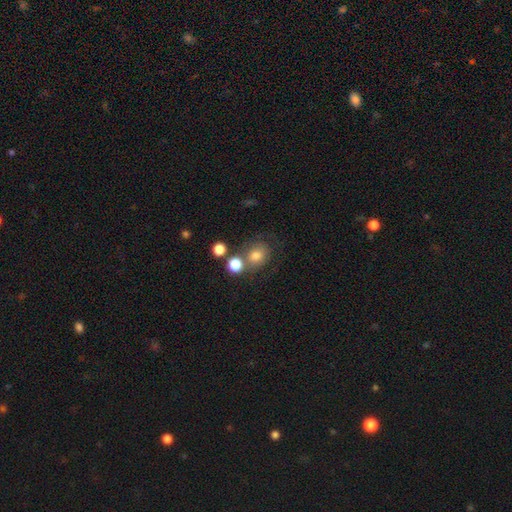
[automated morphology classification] smooth_or_featured: smooth (p=0.77) [alt: star or artifact p=0.13]
how_rounded: round (p=0.69) [alt: in between p=0.30]
merging: none (p=0.60) [alt: merger p=0.19]